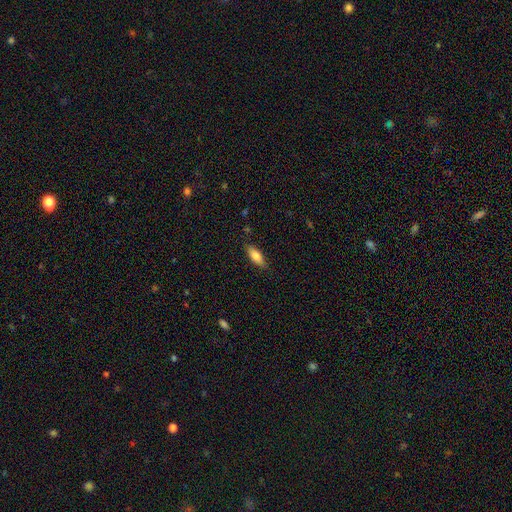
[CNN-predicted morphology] smooth-or-featured: smooth: 76% | featured or disk: 17% | star or artifact: 7%
  how-rounded: in between: 64% | cigar-shaped: 34% | round: 2%
  merging: none: 83% | minor disturbance: 13% | major disturbance: 3% | merger: 1%